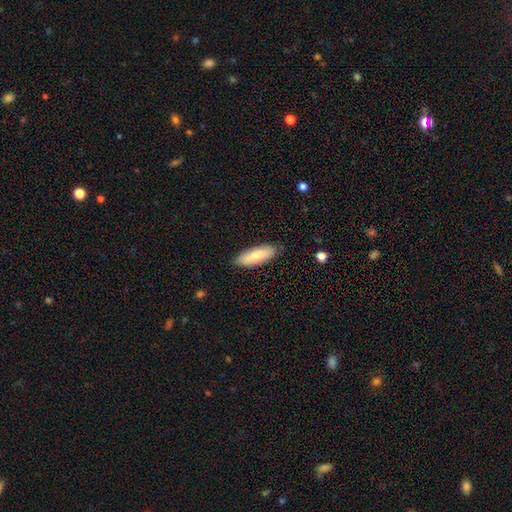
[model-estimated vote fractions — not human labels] Q: Smooth or featured?
A: smooth (80%); runner-up: featured or disk (15%)
Q: How rounded?
A: in between (63%); runner-up: cigar-shaped (35%)
Q: Merging?
A: none (85%); runner-up: minor disturbance (12%)